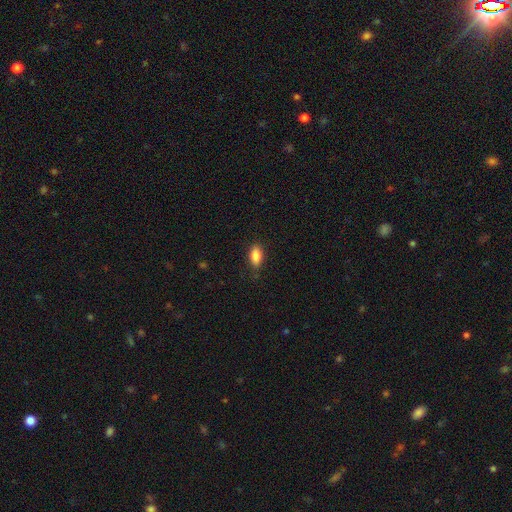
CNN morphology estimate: This is clearly a smooth galaxy (87%). How rounded: clearly in between (89%). Merging: clearly none (84%).